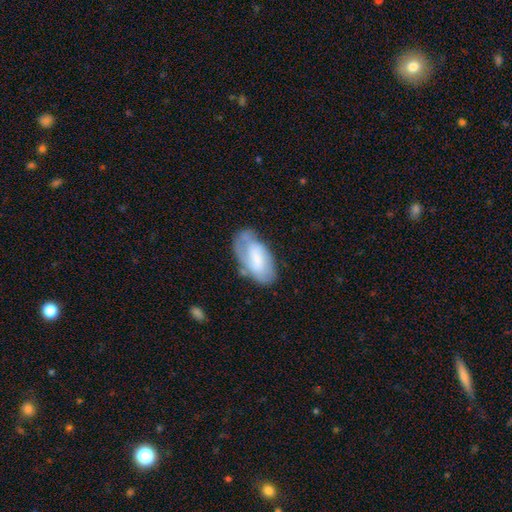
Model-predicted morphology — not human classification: Smooth or featured?
  - smooth: 50% *
  - featured or disk: 43%
  - star or artifact: 7%
Merging?
  - none: 51% *
  - minor disturbance: 30%
  - major disturbance: 14%
  - merger: 5%